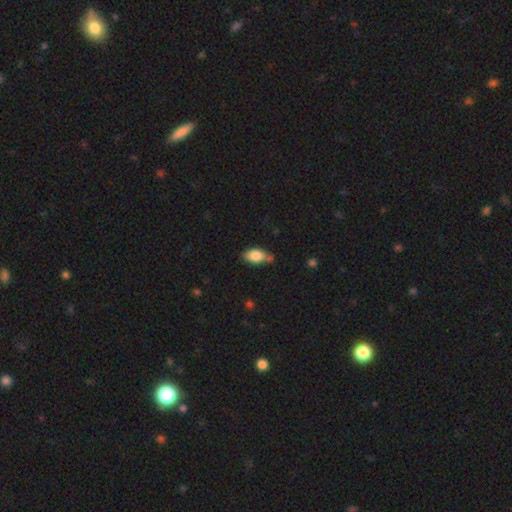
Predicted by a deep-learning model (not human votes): smooth 82%, featured or disk 11%, star or artifact 7%. Down the decision tree: how rounded — in between (91%); merging — none (65%).